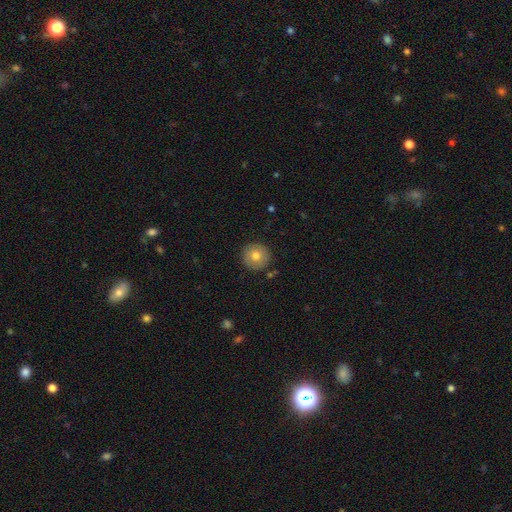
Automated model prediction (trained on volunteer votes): This appears to be a smooth galaxy with no disk features (76%) that is round (96%). Merging: none (89%).